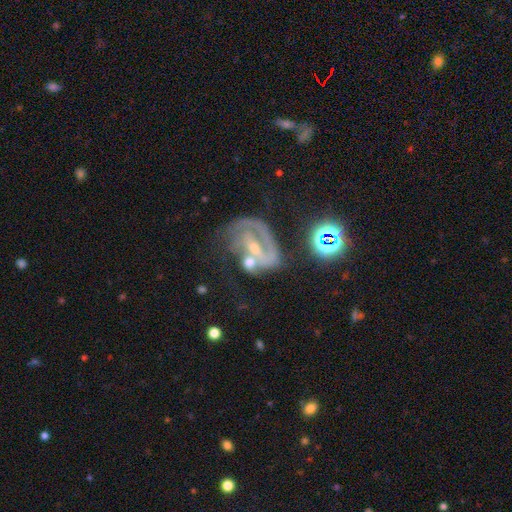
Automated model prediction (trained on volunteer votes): Morphology: type=featured or disk (77%); edge-on=no (96%); bar=weak (40%); spiral arms=yes (83%); winding=tight (42%); arm count=2 (40%); bulge=small (56%); merging=none (35%).